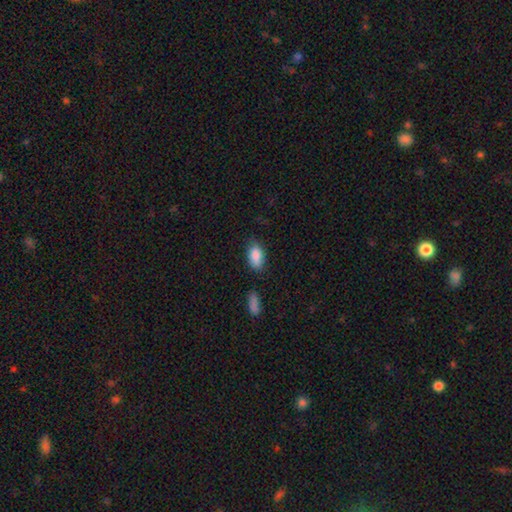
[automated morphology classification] smooth 88%, star or artifact 7%, featured or disk 6%. Down the decision tree: how rounded — in between (91%); merging — none (75%).